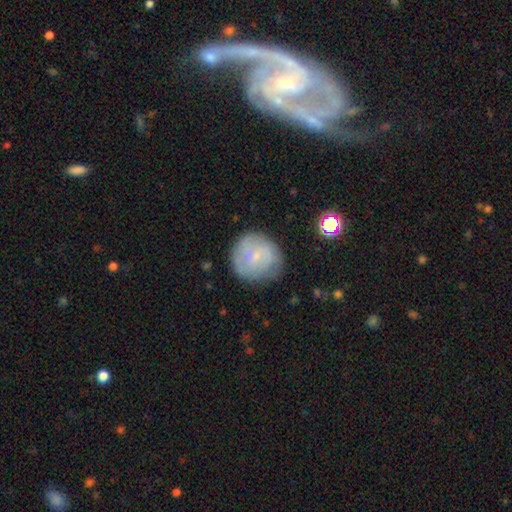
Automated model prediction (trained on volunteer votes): The model was most divided on "smooth or featured": smooth: 53%, featured or disk: 39%, star or artifact: 8%. More confident: how rounded — round (90%); merging — none (73%).